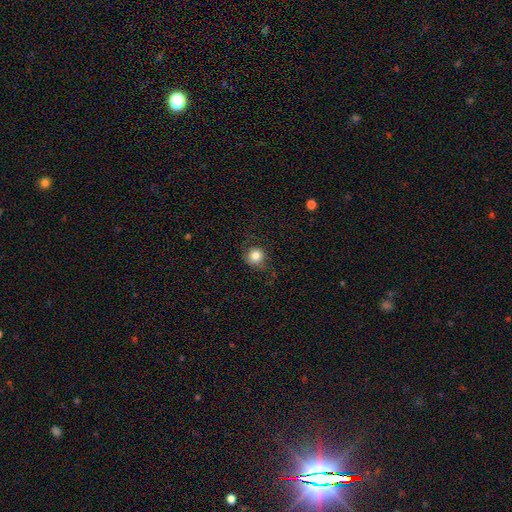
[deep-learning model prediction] The model was most divided on "merging": none: 72%, minor disturbance: 17%, major disturbance: 10%, merger: 1%. More confident: how rounded — round (89%); smooth or featured — smooth (79%).